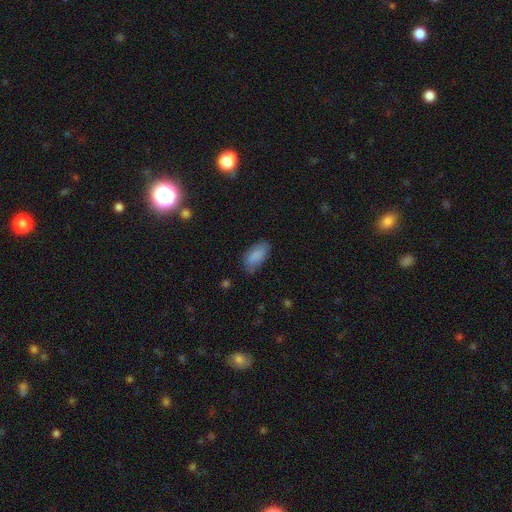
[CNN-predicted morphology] Smooth or featured? Predicted: smooth (p=0.87). How rounded? Predicted: in between (p=0.92). Merging? Predicted: none (p=0.72).